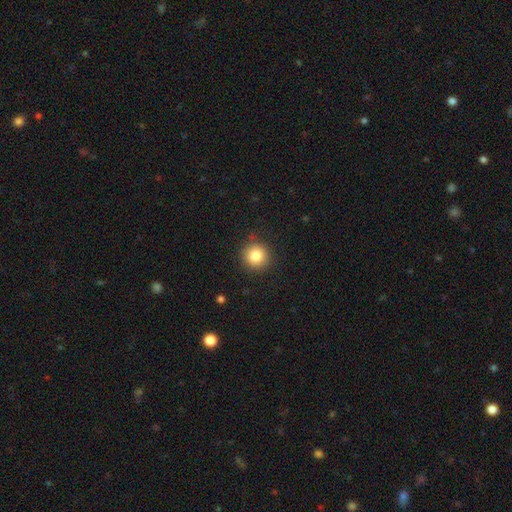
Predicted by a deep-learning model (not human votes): Smooth or featured? Predicted: smooth (p=0.83). How rounded? Predicted: round (p=0.93). Merging? Predicted: none (p=0.88).